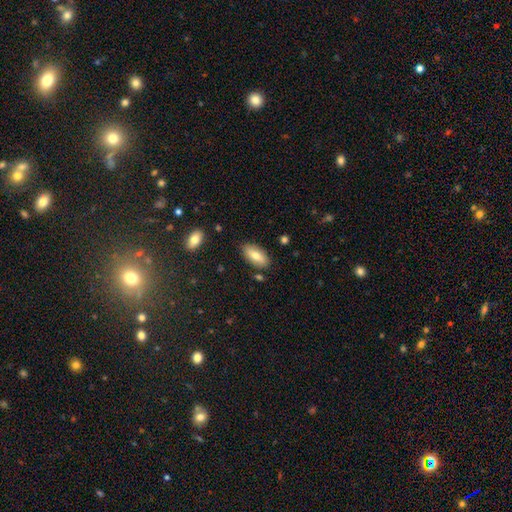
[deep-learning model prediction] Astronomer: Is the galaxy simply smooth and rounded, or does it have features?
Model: smooth — 74%.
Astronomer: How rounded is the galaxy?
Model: in between — 88%.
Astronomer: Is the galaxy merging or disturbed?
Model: none — 84%.